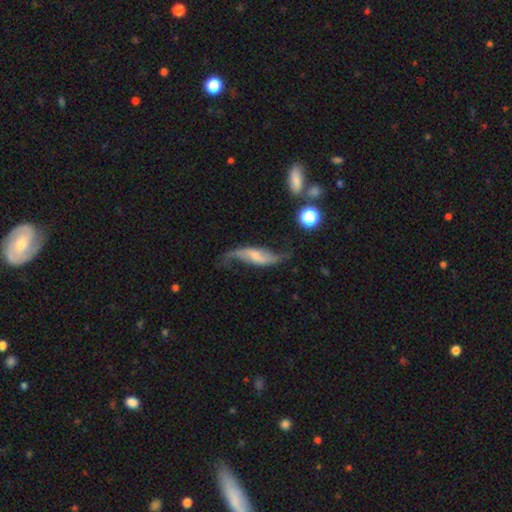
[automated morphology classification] Smooth or featured? featured or disk (82%)
Edge-on disk? no (90%)
Bar? no (39%)
Spiral arms? yes (94%)
Spiral winding? loose (91%)
Spiral arm count? 2 (92%)
Bulge size? small (53%)
Merging? none (64%)